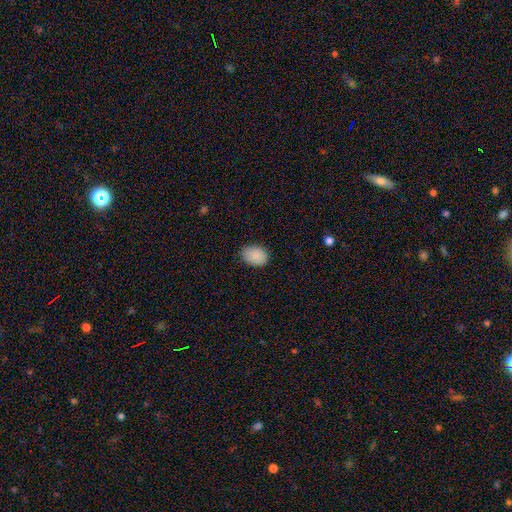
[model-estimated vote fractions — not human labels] Smooth or featured?
  - smooth: 89% *
  - star or artifact: 7%
  - featured or disk: 4%
How rounded?
  - in between: 76% *
  - round: 23%
  - cigar-shaped: 1%
Merging?
  - none: 84% *
  - minor disturbance: 13%
  - major disturbance: 2%
  - merger: 1%